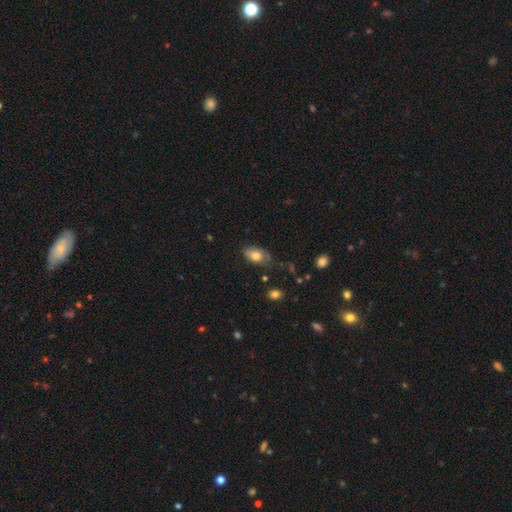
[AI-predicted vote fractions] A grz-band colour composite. It shows a smooth galaxy with no disk features (75%) that is in between round and cigar-shaped (90%). Merging: none (55%).